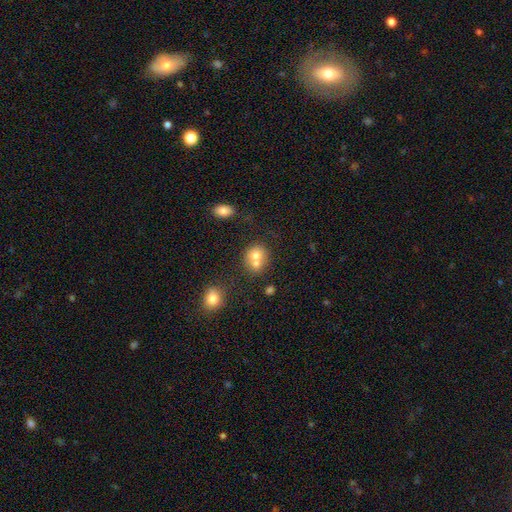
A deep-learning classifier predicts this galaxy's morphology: A smooth galaxy with no disk features (69%) that is round (74%). Merging: merger (54%).